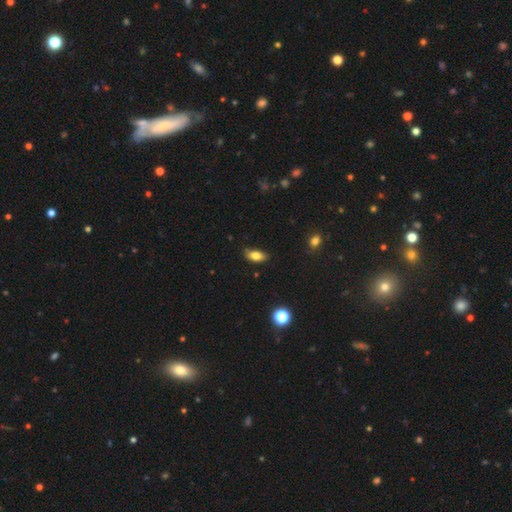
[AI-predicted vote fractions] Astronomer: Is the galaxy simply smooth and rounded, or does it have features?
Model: smooth — 79%.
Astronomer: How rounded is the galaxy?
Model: in between — 87%.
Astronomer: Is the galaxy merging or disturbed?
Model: none — 75%.